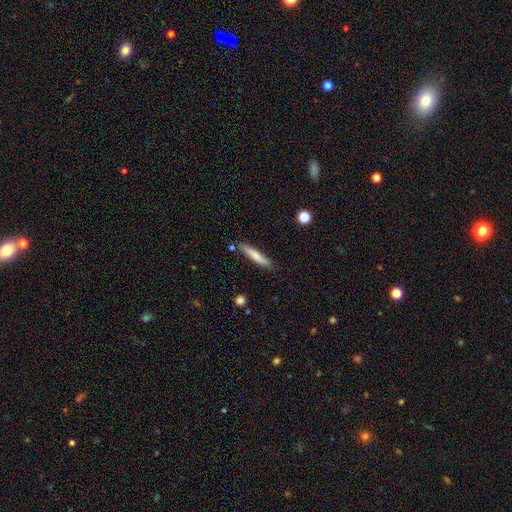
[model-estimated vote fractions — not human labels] smooth_or_featured: smooth (p=0.70) [alt: featured or disk p=0.24]
how_rounded: cigar-shaped (p=0.90) [alt: in between p=0.08]
merging: none (p=0.82) [alt: minor disturbance p=0.12]